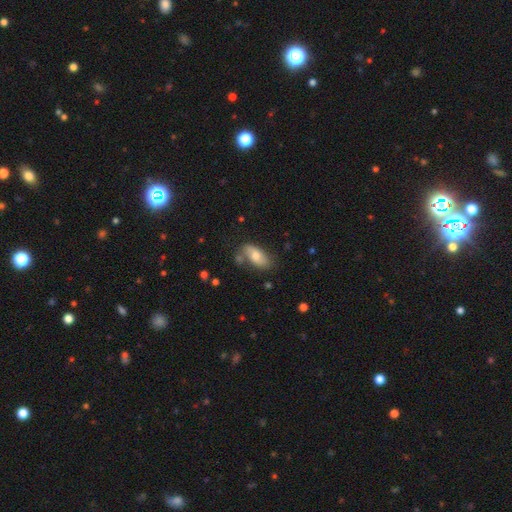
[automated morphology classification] This appears to be a smooth galaxy with no disk features (60%) that is in between round and cigar-shaped (89%). Merging: none (61%).